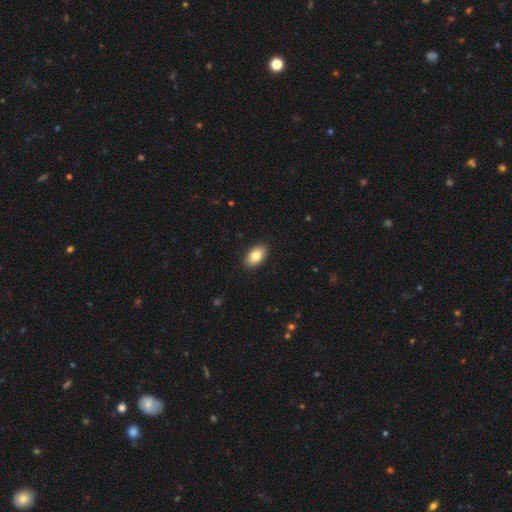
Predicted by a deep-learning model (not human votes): A smooth galaxy with no disk features (83%) that is in between round and cigar-shaped (92%).

Vote fractions:
- Smooth or featured? smooth: 83% / featured or disk: 10% / star or artifact: 7%
- How rounded? in between: 92% / round: 7% / cigar-shaped: 1%
- Merging? none: 90% / minor disturbance: 8% / major disturbance: 2% / merger: 1%